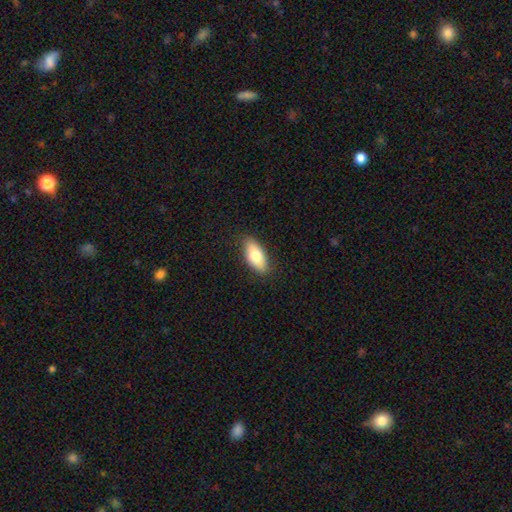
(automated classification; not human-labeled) The model was most divided on "smooth or featured": smooth: 77%, featured or disk: 17%, star or artifact: 6%. More confident: how rounded — in between (87%); merging — none (86%).